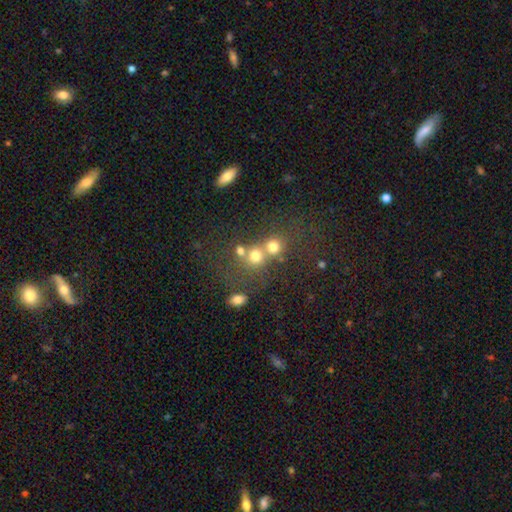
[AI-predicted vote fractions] Smooth or featured?
  - smooth: 69% *
  - star or artifact: 18%
  - featured or disk: 13%
How rounded?
  - round: 82% *
  - in between: 17%
  - cigar-shaped: 1%
Merging?
  - merger: 45% *
  - none: 43%
  - minor disturbance: 7%
  - major disturbance: 5%